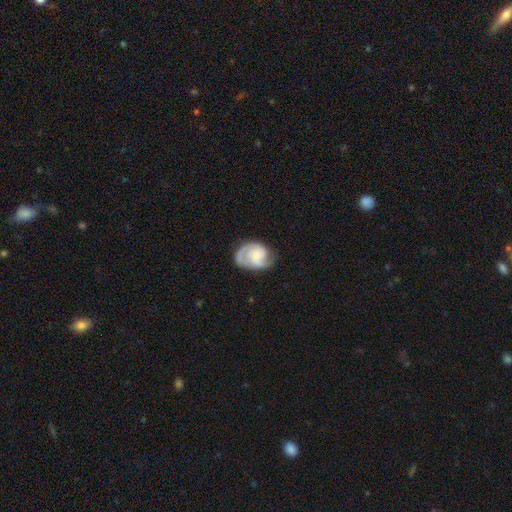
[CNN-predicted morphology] featured or disk 72%, smooth 22%, star or artifact 6%. Down the decision tree: edge-on disk — no (98%); bar — no (65%); spiral arms — yes (93%); spiral arm count — 2 (64%); spiral winding — medium (44%); bulge size — small (54%); merging — none (62%).